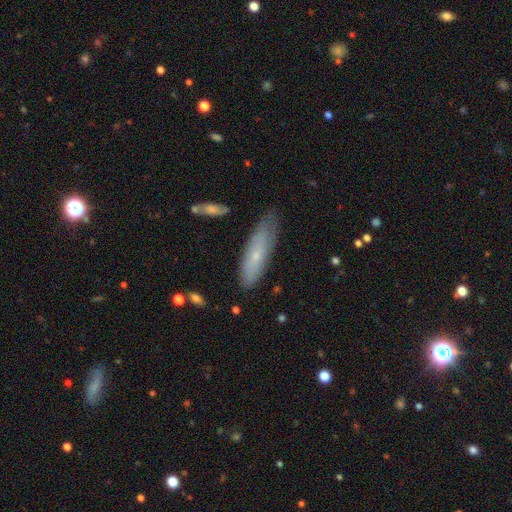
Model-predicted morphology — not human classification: Smooth or featured? smooth (55%)
How rounded? cigar-shaped (60%)
Merging? none (71%)